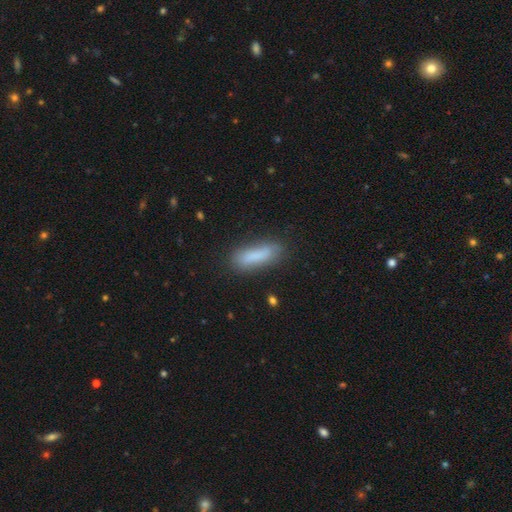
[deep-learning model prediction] Q: Smooth or featured?
A: smooth (79%); runner-up: featured or disk (13%)
Q: How rounded?
A: cigar-shaped (55%); runner-up: in between (43%)
Q: Merging?
A: none (74%); runner-up: minor disturbance (18%)